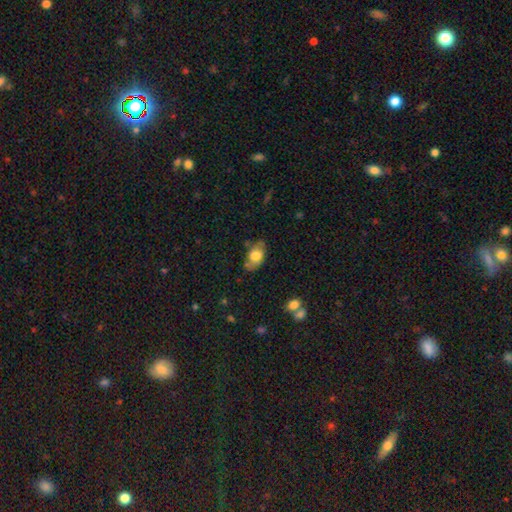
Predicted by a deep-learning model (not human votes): A smooth galaxy with no disk features (71%) that is in between round and cigar-shaped (90%).

Vote fractions:
- Smooth or featured? smooth: 71% / featured or disk: 22% / star or artifact: 8%
- How rounded? in between: 90% / round: 8% / cigar-shaped: 2%
- Merging? none: 65% / minor disturbance: 25% / major disturbance: 6% / merger: 4%